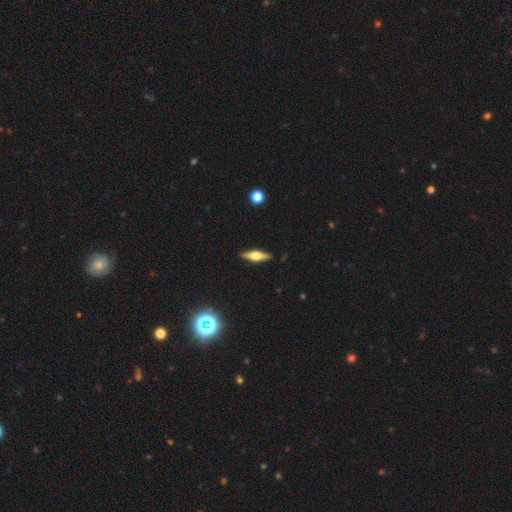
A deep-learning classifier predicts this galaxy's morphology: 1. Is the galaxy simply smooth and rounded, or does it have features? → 61% featured or disk, 31% smooth, 7% star or artifact.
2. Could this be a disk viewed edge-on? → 95% yes, 5% no.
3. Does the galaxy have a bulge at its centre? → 91% rounded, 7% boxy, 2% none.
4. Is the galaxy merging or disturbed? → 90% none, 7% minor disturbance, 2% major disturbance, 1% merger.